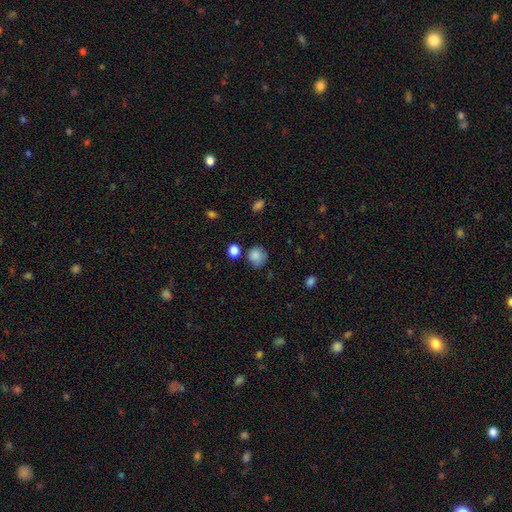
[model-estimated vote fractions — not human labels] smooth 84%, star or artifact 10%, featured or disk 6%. Down the decision tree: how rounded — round (82%); merging — none (66%).